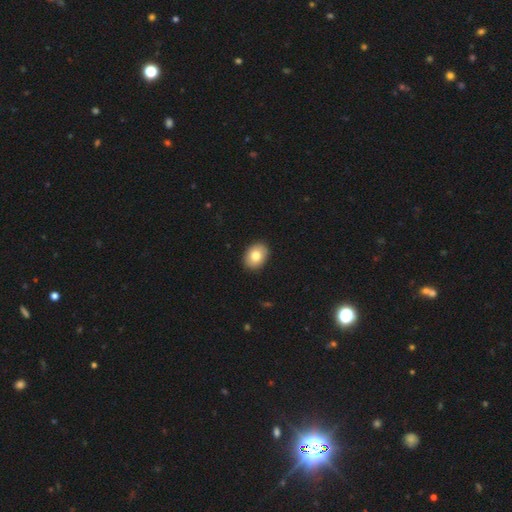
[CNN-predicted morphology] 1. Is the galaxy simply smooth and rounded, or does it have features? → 81% smooth, 11% featured or disk, 8% star or artifact.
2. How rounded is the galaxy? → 69% in between, 30% round, 1% cigar-shaped.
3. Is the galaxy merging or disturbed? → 91% none, 6% minor disturbance, 2% major disturbance, 1% merger.